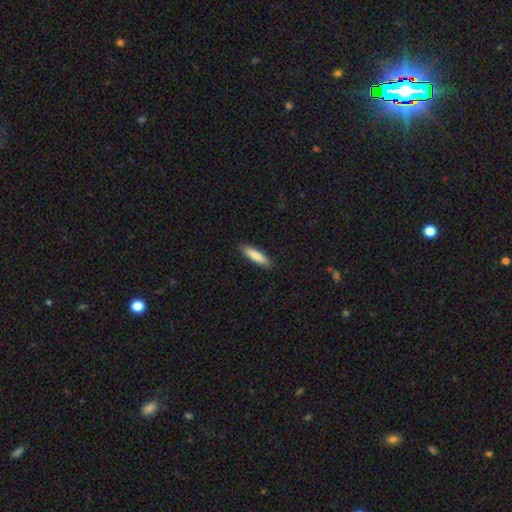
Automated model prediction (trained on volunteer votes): This appears to be a smooth galaxy with no disk features (84%) that is cigar-shaped (68%). Merging: none (89%).